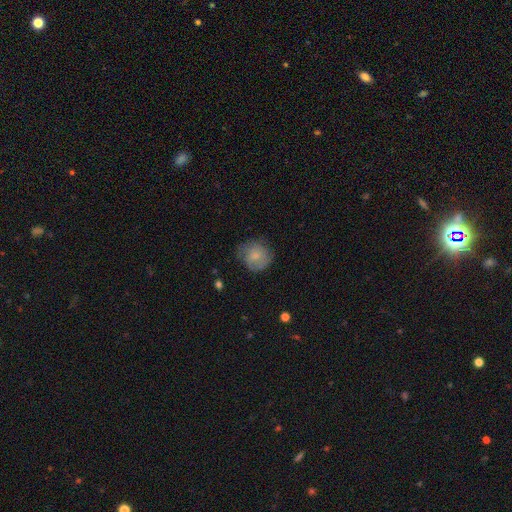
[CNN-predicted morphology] Smooth or featured: smooth — 66% (featured or disk — 27%)
How rounded: round — 83% (in between — 16%)
Merging: none — 60% (minor disturbance — 28%)